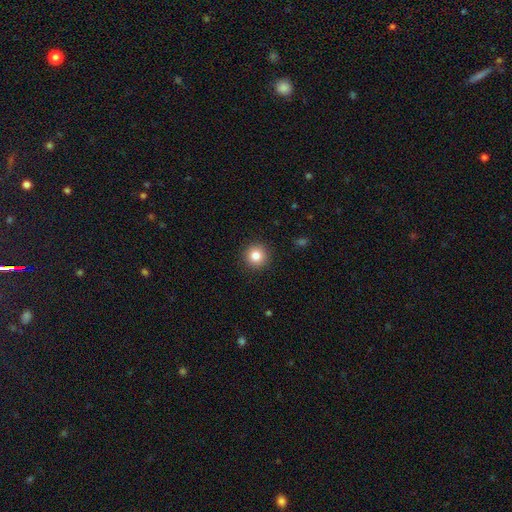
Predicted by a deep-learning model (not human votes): A smooth galaxy with no disk features (83%) that is round (95%). Merging: none (92%).